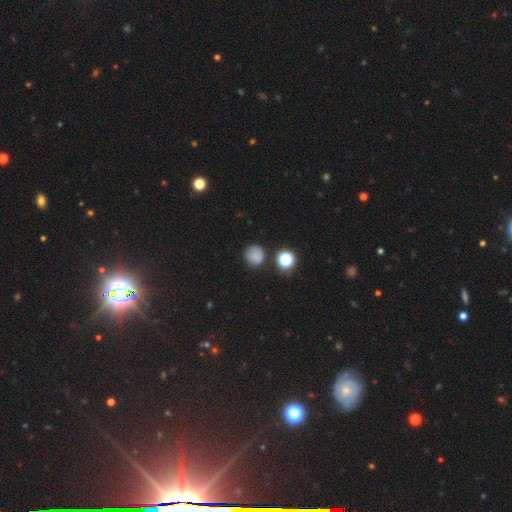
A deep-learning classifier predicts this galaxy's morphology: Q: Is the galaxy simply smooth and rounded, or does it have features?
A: smooth — 77%.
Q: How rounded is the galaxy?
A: round — 91%.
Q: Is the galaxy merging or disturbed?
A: none — 78%.